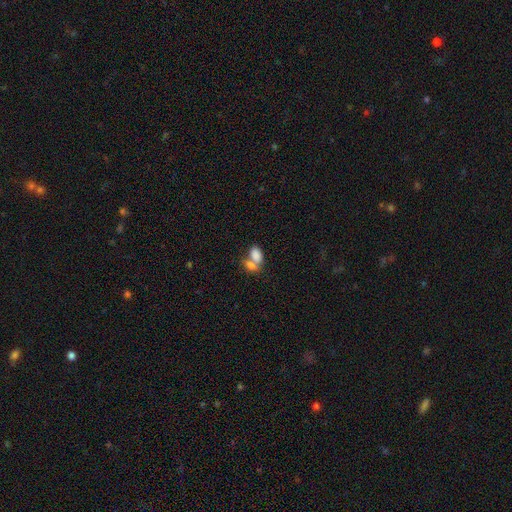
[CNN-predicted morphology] The model was most divided on "merging": merger: 63%, none: 25%, minor disturbance: 8%, major disturbance: 5%. More confident: how rounded — in between (90%); smooth or featured — smooth (81%).